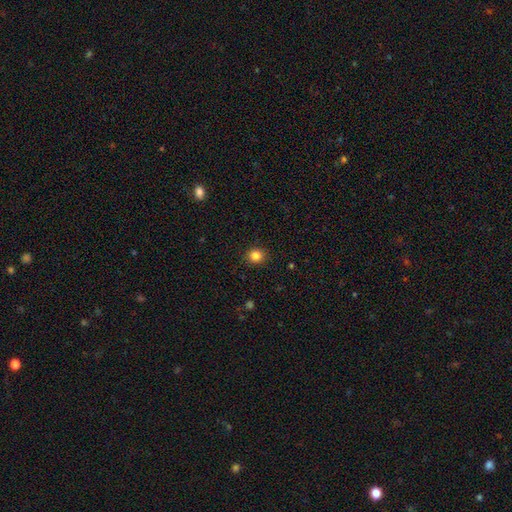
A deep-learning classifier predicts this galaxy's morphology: The model was most divided on "how rounded": round: 85%, in between: 14%, cigar-shaped: 1%. More confident: merging — none (91%); smooth or featured — smooth (83%).